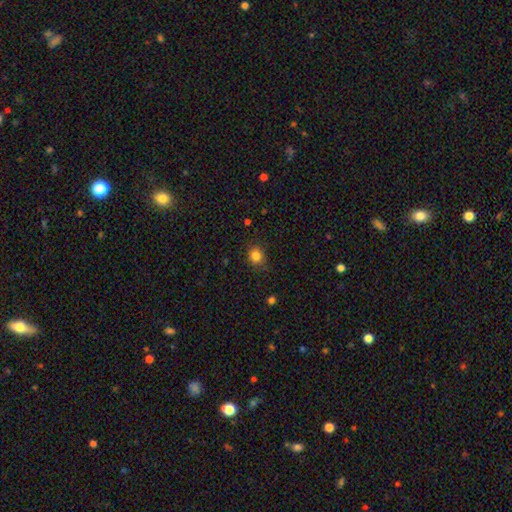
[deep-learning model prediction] Smooth or featured?
  - smooth: 84% *
  - star or artifact: 12%
  - featured or disk: 4%
How rounded?
  - round: 82% *
  - in between: 17%
  - cigar-shaped: 1%
Merging?
  - none: 85% *
  - minor disturbance: 11%
  - major disturbance: 3%
  - merger: 1%